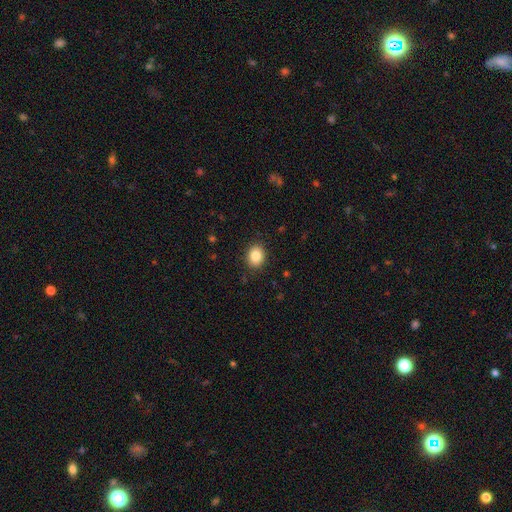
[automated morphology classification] This is clearly a smooth galaxy (85%). How rounded: possibly in between (50%). Merging: clearly none (89%).